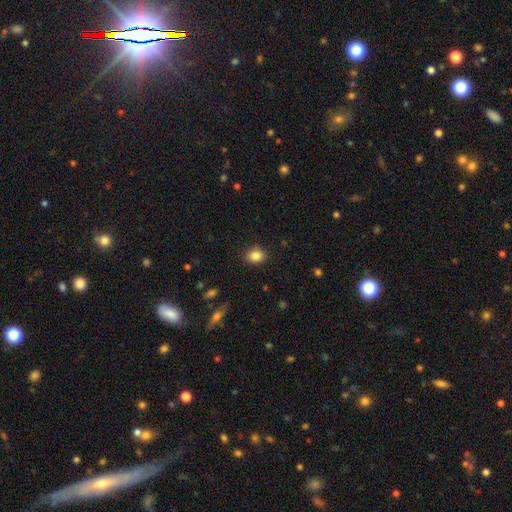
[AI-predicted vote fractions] A smooth galaxy with no disk features (85%) that is round (54%). Merging: none (87%).